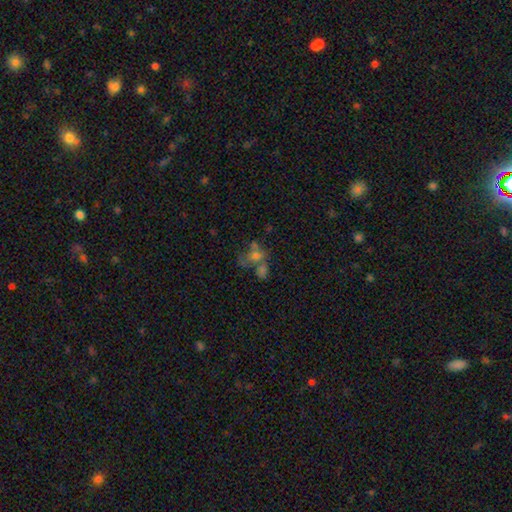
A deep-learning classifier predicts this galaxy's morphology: The model was most divided on "how rounded": round: 50%, in between: 49%, cigar-shaped: 2%. Remaining: smooth or featured — smooth (55%); merging — merger (48%).